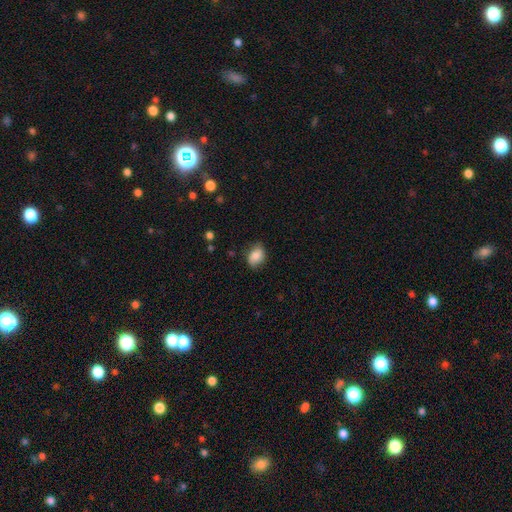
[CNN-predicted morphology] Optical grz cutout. It shows a smooth galaxy with no disk features (78%) that is in between round and cigar-shaped (69%). Merging: none (71%).